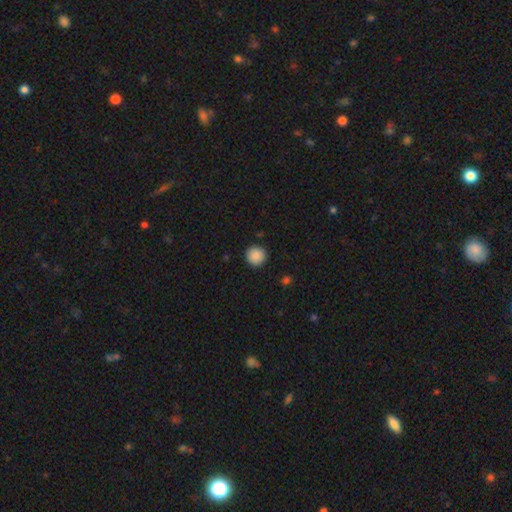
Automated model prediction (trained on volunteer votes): Smooth or featured: smooth — 89% (star or artifact — 8%)
How rounded: round — 95% (in between — 4%)
Merging: none — 91% (minor disturbance — 6%)